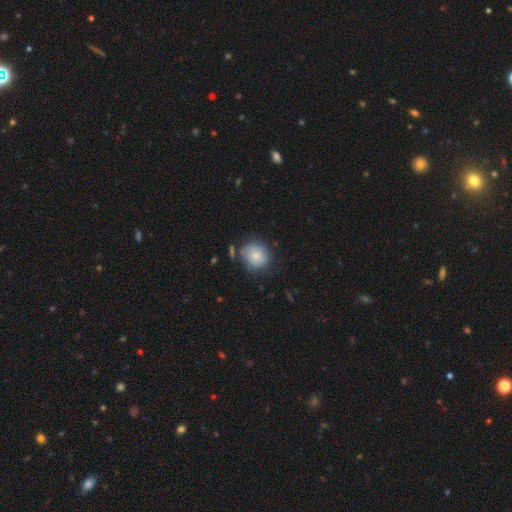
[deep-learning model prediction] smooth-or-featured: smooth: 79% | featured or disk: 13% | star or artifact: 8%
  how-rounded: round: 74% | in between: 25% | cigar-shaped: 1%
  merging: none: 64% | minor disturbance: 23% | major disturbance: 8% | merger: 6%